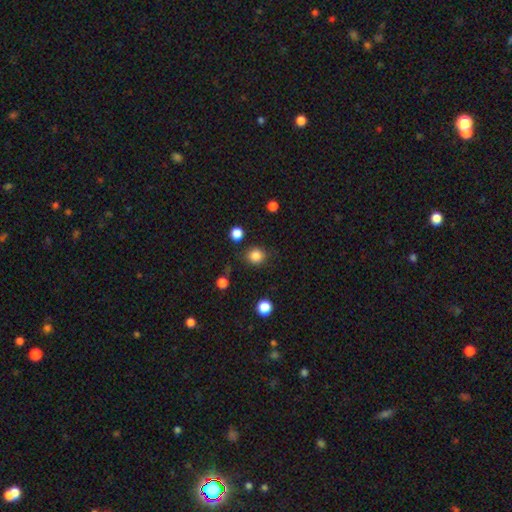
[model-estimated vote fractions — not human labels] Smooth or featured?
  - smooth: 84% *
  - star or artifact: 12%
  - featured or disk: 5%
How rounded?
  - round: 85% *
  - in between: 14%
  - cigar-shaped: 1%
Merging?
  - none: 81% *
  - minor disturbance: 12%
  - major disturbance: 4%
  - merger: 3%